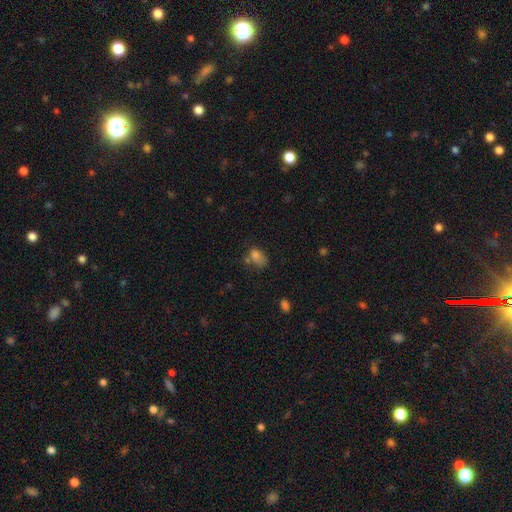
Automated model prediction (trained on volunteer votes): Morphology: type=smooth (74%); roundness=in between (76%); merging=none (37%).